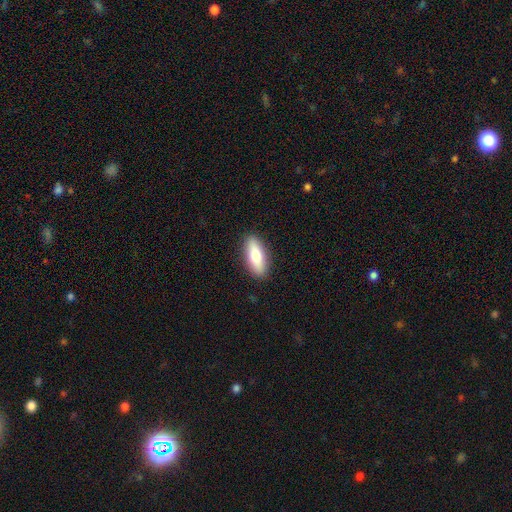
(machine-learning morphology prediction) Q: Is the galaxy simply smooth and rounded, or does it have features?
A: smooth — 70%.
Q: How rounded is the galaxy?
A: in between — 66%.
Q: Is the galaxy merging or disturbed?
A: none — 89%.